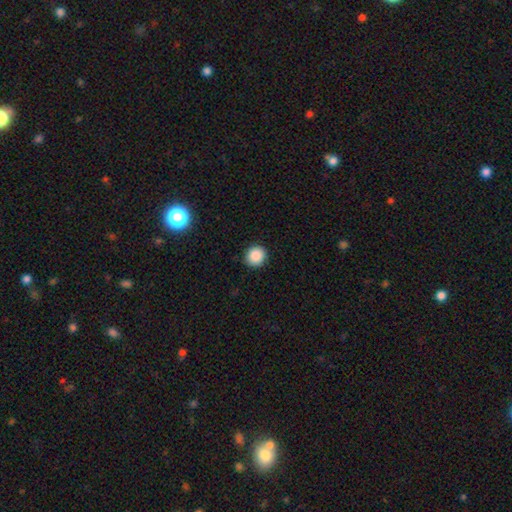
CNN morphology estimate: smooth-or-featured: smooth: 88% | star or artifact: 9% | featured or disk: 3%
  how-rounded: round: 89% | in between: 10% | cigar-shaped: 1%
  merging: none: 91% | minor disturbance: 6% | major disturbance: 2% | merger: 1%